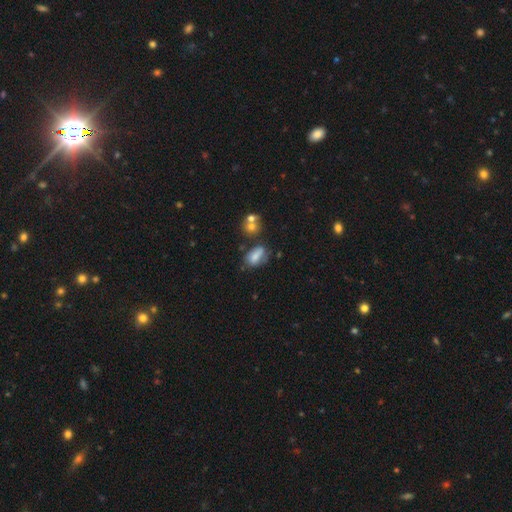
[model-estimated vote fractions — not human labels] Morphology: type=smooth (70%); roundness=in between (83%); merging=none (46%).